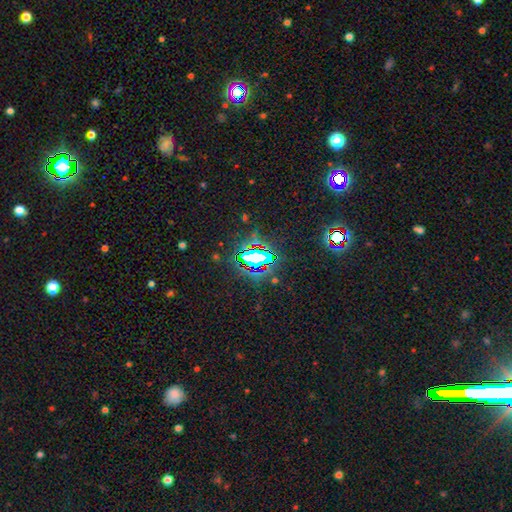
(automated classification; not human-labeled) A star or artifact, not a galaxy (73%).

Vote fractions:
- Smooth or featured? star or artifact: 73% / smooth: 15% / featured or disk: 12%